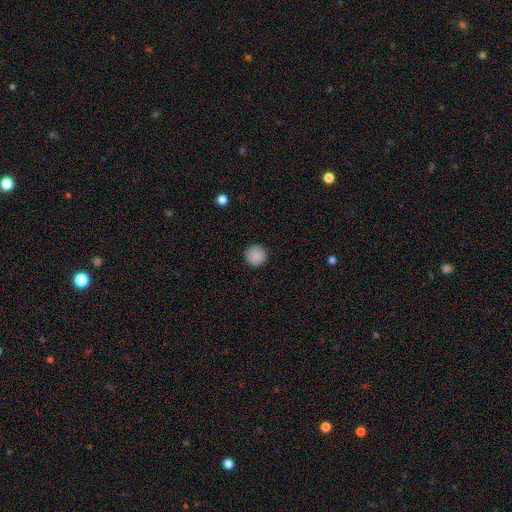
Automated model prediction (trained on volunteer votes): A smooth galaxy with no disk features (88%) that is round (95%). Merging: none (92%).